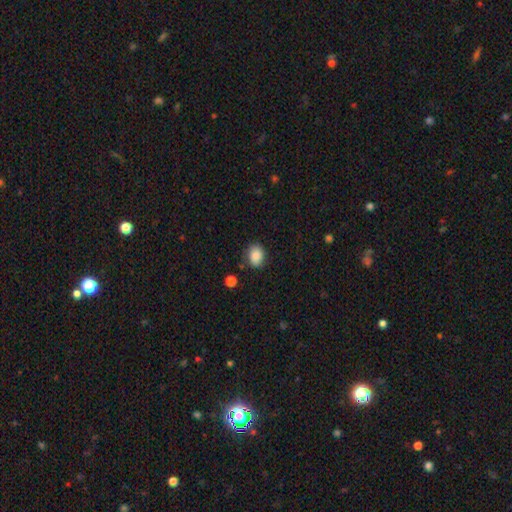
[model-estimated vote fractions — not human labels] Smooth or featured: smooth — 86% (star or artifact — 8%)
How rounded: in between — 54% (round — 45%)
Merging: none — 79% (minor disturbance — 15%)